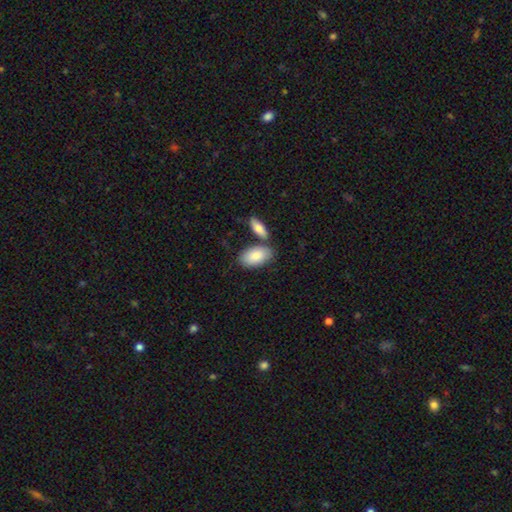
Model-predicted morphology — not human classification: type=smooth (84%); roundness=in between (94%); merging=none (64%).